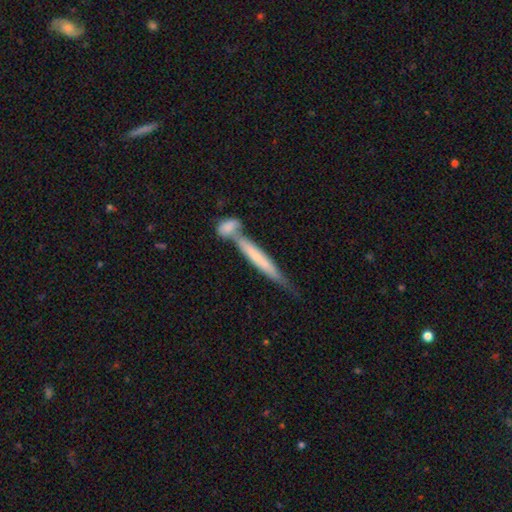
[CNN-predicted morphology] smooth_or_featured: smooth (p=0.53) [alt: featured or disk p=0.40]
how_rounded: cigar-shaped (p=0.92) [alt: in between p=0.06]
merging: merger (p=0.40) [tied with: none p=0.40]